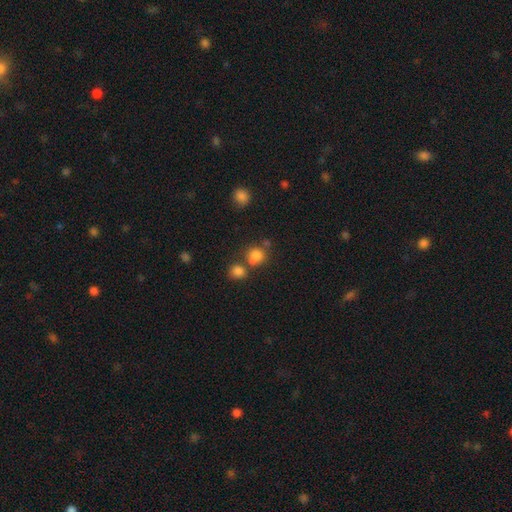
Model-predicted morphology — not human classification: Smooth or featured? smooth (80%)
How rounded? round (82%)
Merging? none (57%)